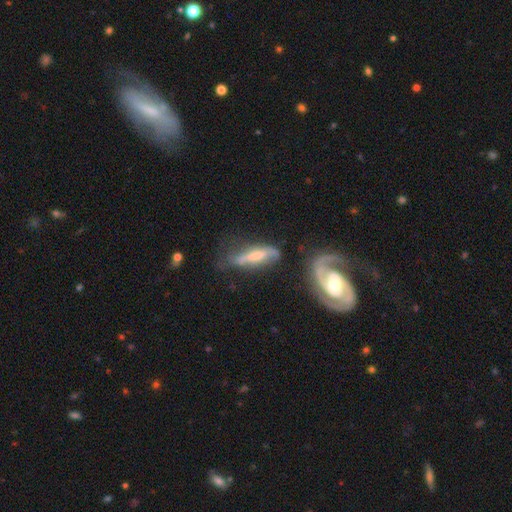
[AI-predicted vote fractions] smooth_or_featured: featured or disk (p=0.50) [alt: smooth p=0.43]
disk_edge_on: yes (p=0.58) [alt: no p=0.42]
merging: none (p=0.45) [alt: minor disturbance p=0.28]